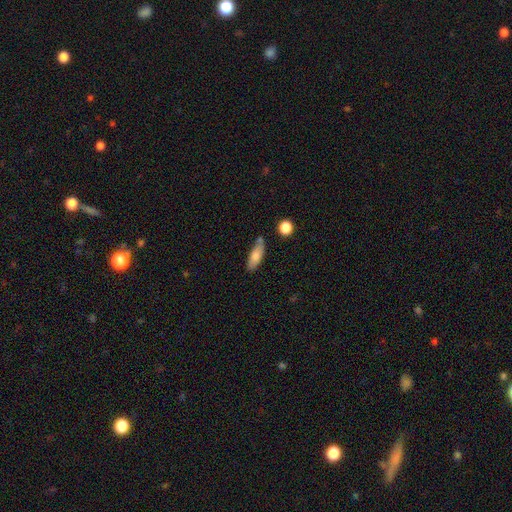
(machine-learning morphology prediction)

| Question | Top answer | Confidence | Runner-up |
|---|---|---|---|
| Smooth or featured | smooth | 77% | featured or disk (16%) |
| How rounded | in between | 57% | cigar-shaped (41%) |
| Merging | none | 64% | minor disturbance (22%) |